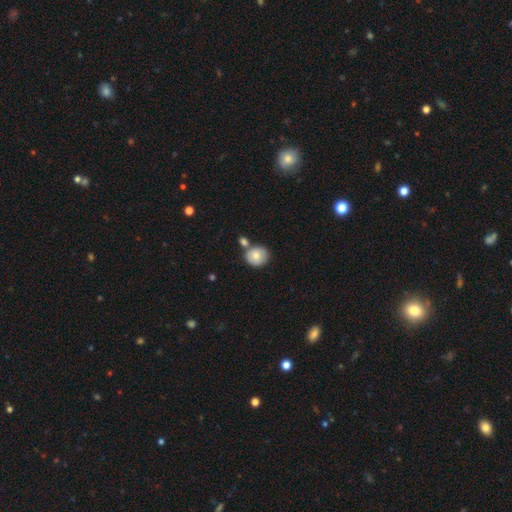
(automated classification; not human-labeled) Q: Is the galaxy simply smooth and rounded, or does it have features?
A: smooth — 76%.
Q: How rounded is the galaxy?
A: round — 78%.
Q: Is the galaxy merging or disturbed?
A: none — 59%.